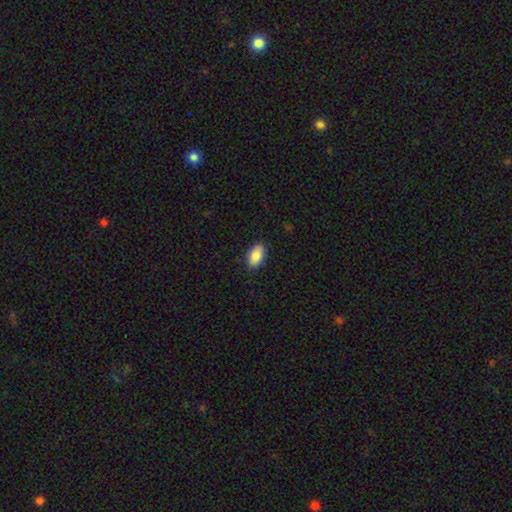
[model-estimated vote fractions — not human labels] The model was most divided on "merging": none: 88%, minor disturbance: 9%, major disturbance: 2%, merger: 1%. More confident: how rounded — in between (93%); smooth or featured — smooth (87%).